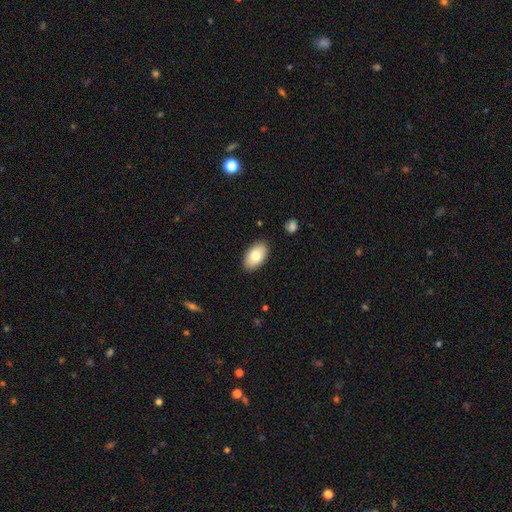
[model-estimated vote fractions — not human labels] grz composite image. It shows a smooth galaxy with no disk features (79%) that is in between round and cigar-shaped (94%). Merging: none (88%).